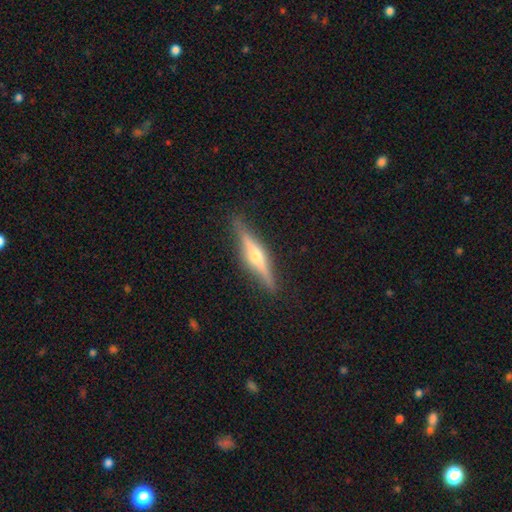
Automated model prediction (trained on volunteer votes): This is likely a featured or disk galaxy (75%). It is clearly viewed edge-on (97%). Edge-on bulge: clearly rounded (90%). Merging: clearly none (89%).